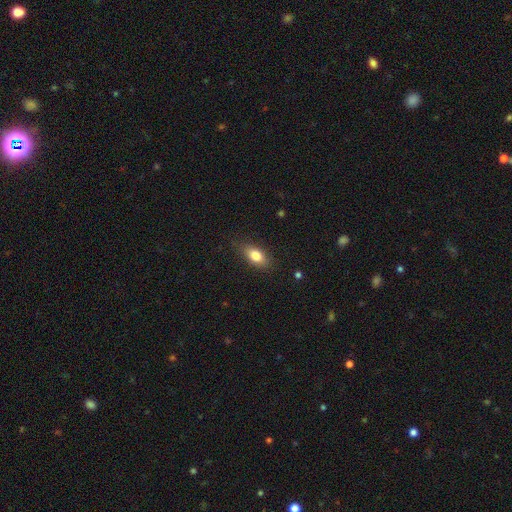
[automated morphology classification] Smooth or featured?
  - smooth: 79% *
  - featured or disk: 13%
  - star or artifact: 8%
How rounded?
  - in between: 83% *
  - cigar-shaped: 9%
  - round: 8%
Merging?
  - none: 81% *
  - minor disturbance: 15%
  - major disturbance: 3%
  - merger: 1%